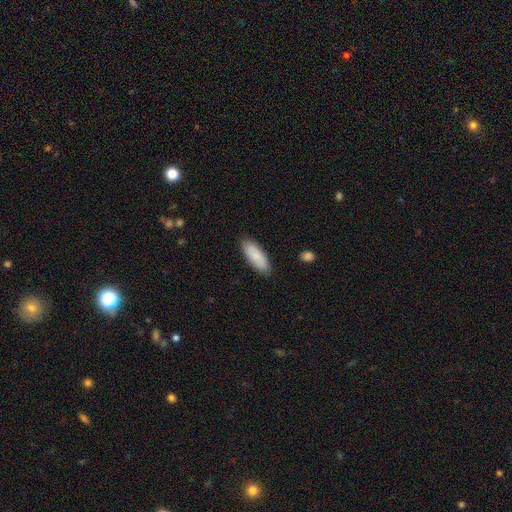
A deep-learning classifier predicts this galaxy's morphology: Overall: smooth (87%). How rounded: in between (74%). Merging: none (86%).